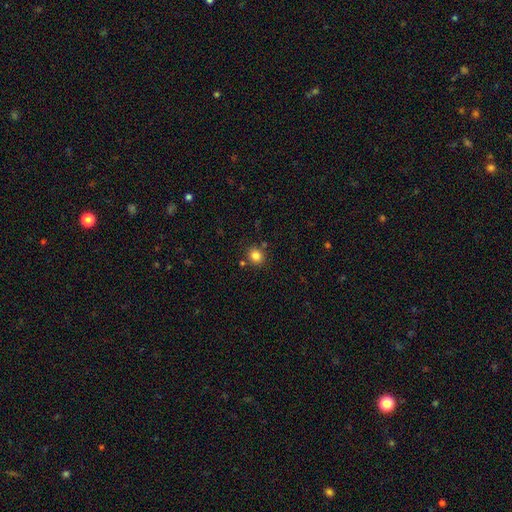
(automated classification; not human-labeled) Overall: smooth (83%). How rounded: round (85%). Merging: none (83%).